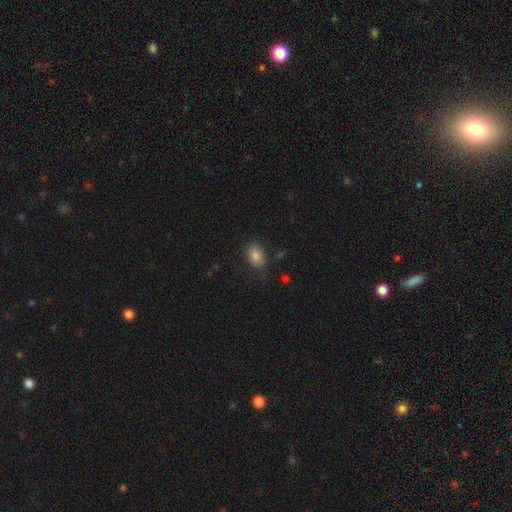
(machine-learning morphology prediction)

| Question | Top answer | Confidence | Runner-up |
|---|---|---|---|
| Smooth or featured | smooth | 80% | star or artifact (11%) |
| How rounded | in between | 73% | round (25%) |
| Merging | none | 78% | minor disturbance (16%) |